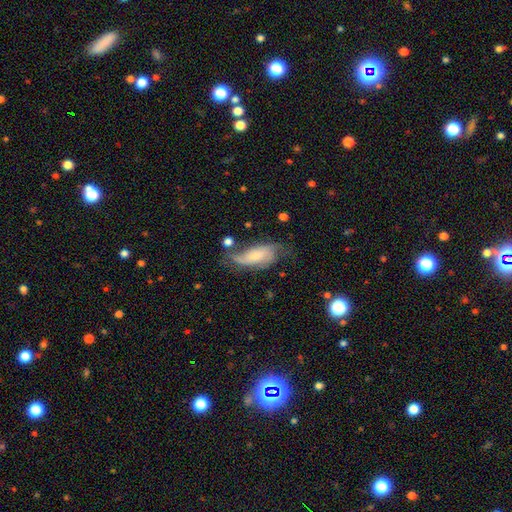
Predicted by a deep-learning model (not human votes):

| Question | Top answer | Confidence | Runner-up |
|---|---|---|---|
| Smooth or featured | featured or disk | 58% | smooth (33%) |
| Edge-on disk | no | 90% | yes (10%) |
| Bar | no | 60% | weak (31%) |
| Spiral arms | yes | 86% | no (14%) |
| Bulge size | small | 49% | moderate (29%) |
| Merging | none | 39% | minor disturbance (29%) |